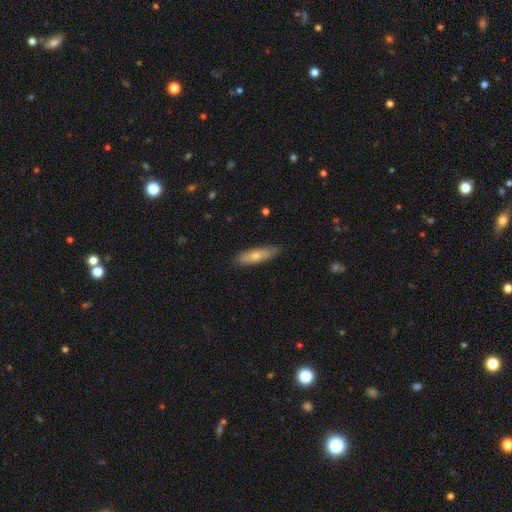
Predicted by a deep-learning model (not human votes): Smooth or featured?
  - smooth: 60% *
  - featured or disk: 33%
  - star or artifact: 7%
How rounded?
  - cigar-shaped: 62% *
  - in between: 35%
  - round: 2%
Merging?
  - none: 81% *
  - minor disturbance: 16%
  - major disturbance: 2%
  - merger: 1%